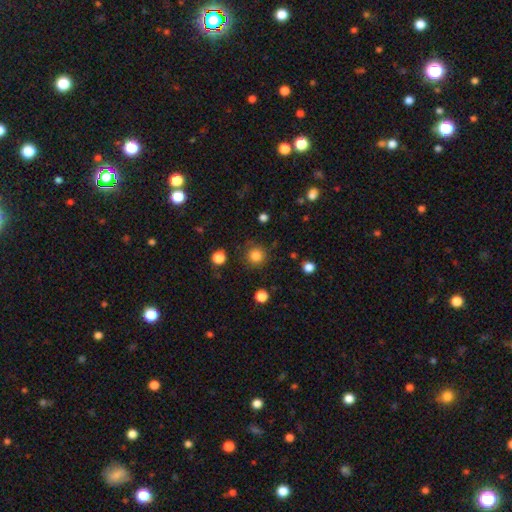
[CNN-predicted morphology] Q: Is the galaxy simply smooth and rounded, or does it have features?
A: smooth — 84%.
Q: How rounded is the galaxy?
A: round — 95%.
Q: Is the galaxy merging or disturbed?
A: none — 86%.